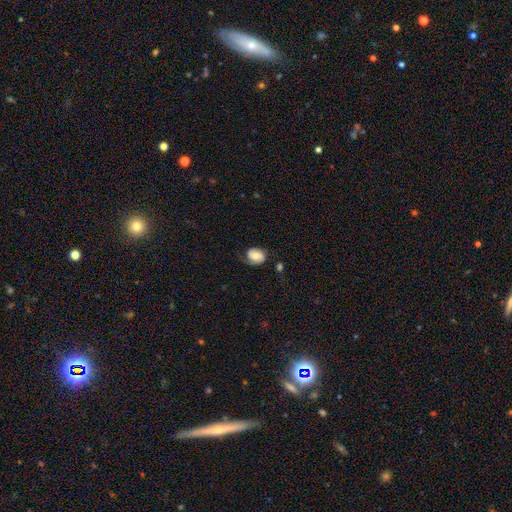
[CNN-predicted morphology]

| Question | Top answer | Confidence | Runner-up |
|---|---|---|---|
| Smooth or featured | smooth | 47% | featured or disk (44%) |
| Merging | none | 52% | minor disturbance (29%) |